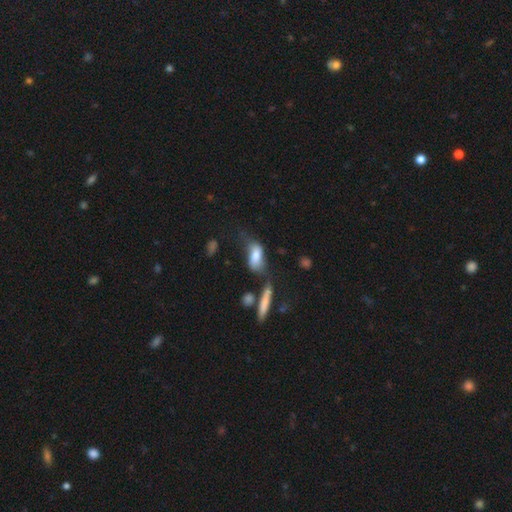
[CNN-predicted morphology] This appears to be a smooth galaxy with no disk features (71%) that is in between round and cigar-shaped (85%). Merging: none (35%).